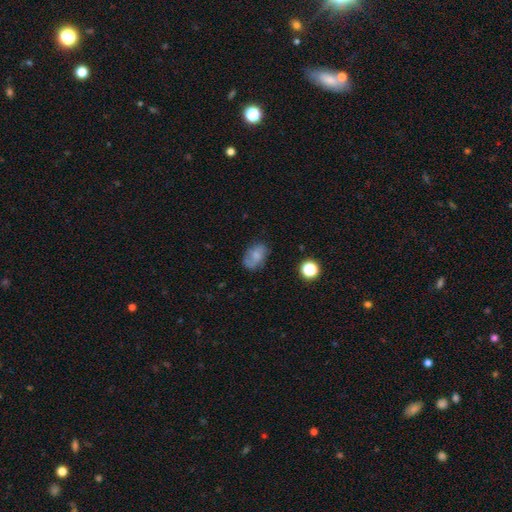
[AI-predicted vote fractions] The model was most divided on "smooth or featured": smooth: 61%, featured or disk: 27%, star or artifact: 11%. More confident: how rounded — in between (81%); merging — none (62%).